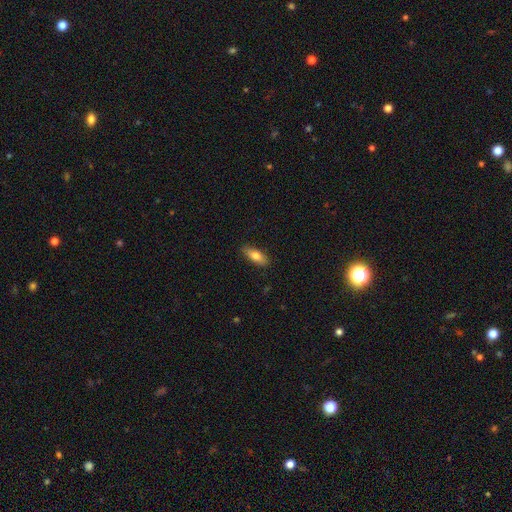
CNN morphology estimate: Q: Smooth or featured?
A: smooth (75%); runner-up: featured or disk (18%)
Q: How rounded?
A: in between (70%); runner-up: cigar-shaped (27%)
Q: Merging?
A: none (87%); runner-up: minor disturbance (10%)